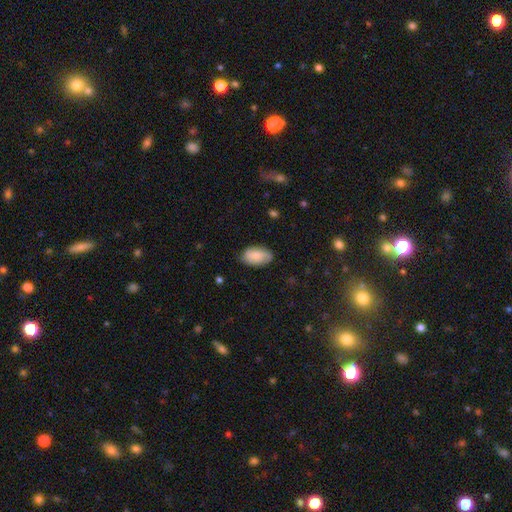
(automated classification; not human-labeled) smooth 83%, featured or disk 11%, star or artifact 6%. Down the decision tree: how rounded — in between (95%); merging — none (81%).